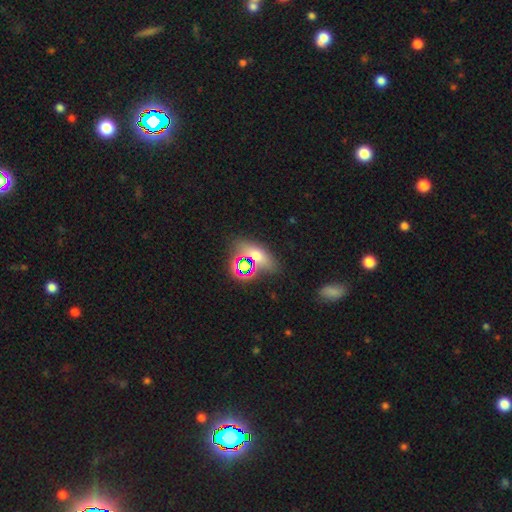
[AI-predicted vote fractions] smooth 54%, star or artifact 30%, featured or disk 16%. Down the decision tree: how rounded — in between (70%); merging — none (66%).